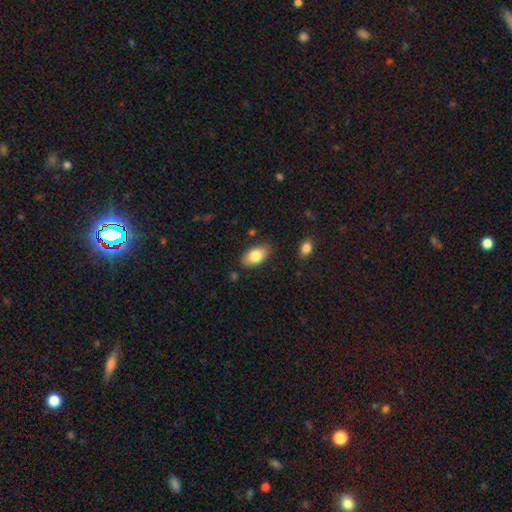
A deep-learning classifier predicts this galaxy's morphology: smooth-or-featured: smooth: 80% | featured or disk: 13% | star or artifact: 7%
  how-rounded: in between: 92% | round: 6% | cigar-shaped: 2%
  merging: none: 83% | minor disturbance: 12% | major disturbance: 2% | merger: 2%